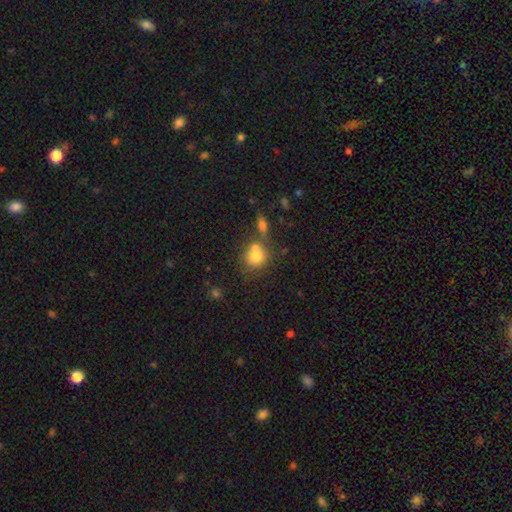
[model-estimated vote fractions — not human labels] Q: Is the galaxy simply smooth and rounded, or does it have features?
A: smooth — 77%.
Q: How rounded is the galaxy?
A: round — 70%.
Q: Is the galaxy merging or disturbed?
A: none — 41%.